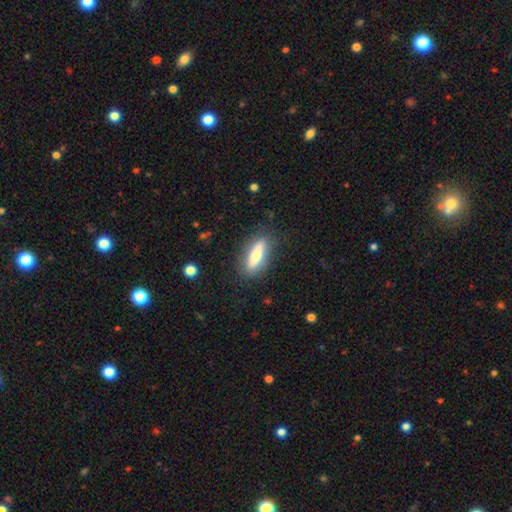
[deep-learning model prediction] A smooth galaxy with no disk features (59%) that is cigar-shaped (56%). Merging: none (83%).